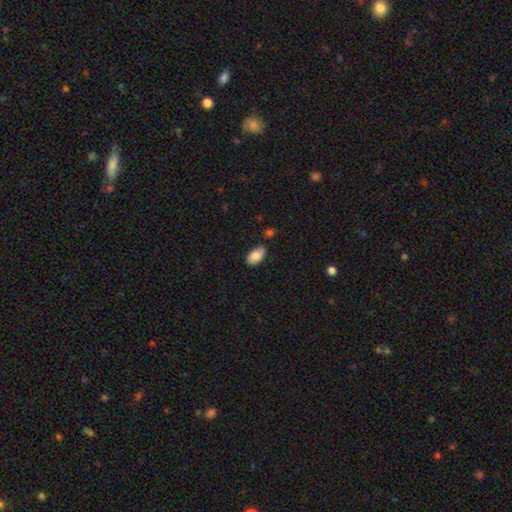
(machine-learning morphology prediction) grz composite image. It shows a smooth galaxy with no disk features (82%) that is in between round and cigar-shaped (94%). Merging: none (79%).